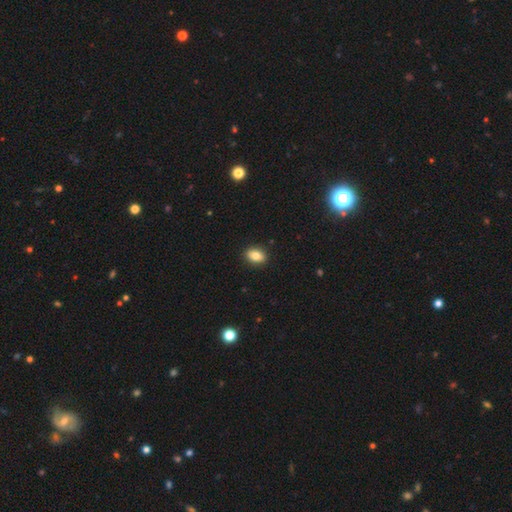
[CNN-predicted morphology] Smooth or featured? smooth (82%)
How rounded? in between (77%)
Merging? none (90%)